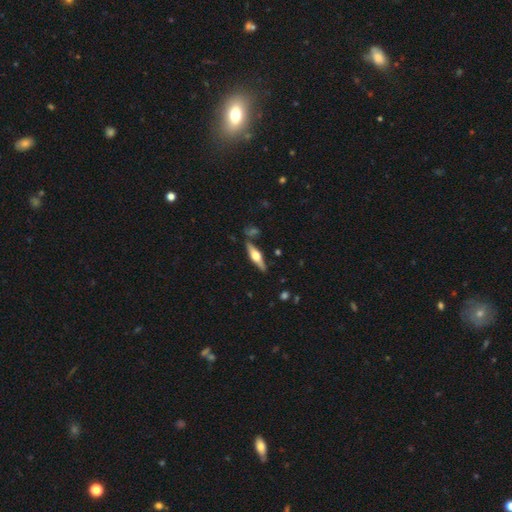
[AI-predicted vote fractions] smooth_or_featured: featured or disk (p=0.69) [alt: smooth p=0.25]
disk_edge_on: yes (p=0.96) [alt: no p=0.04]
edge_on_bulge: rounded (p=0.93) [alt: boxy p=0.06]
merging: none (p=0.84) [alt: minor disturbance p=0.10]